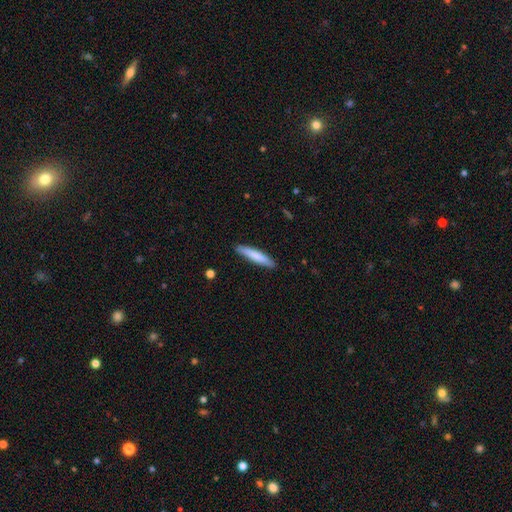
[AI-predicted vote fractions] This is likely a smooth galaxy (77%). How rounded: clearly cigar-shaped (90%). Merging: clearly none (88%).